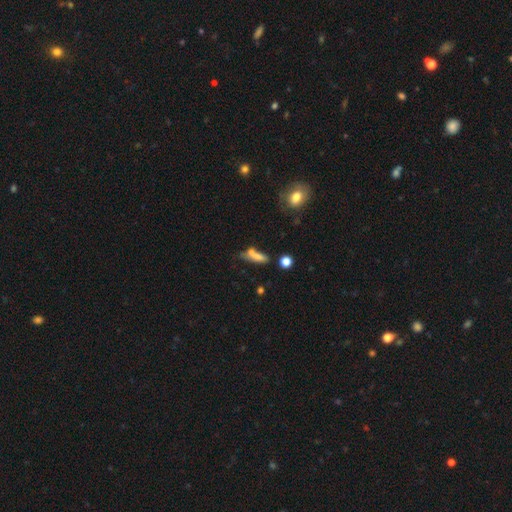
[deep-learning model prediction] Smooth or featured?
  - smooth: 69% *
  - featured or disk: 20%
  - star or artifact: 11%
How rounded?
  - cigar-shaped: 54% *
  - in between: 41%
  - round: 4%
Merging?
  - none: 37% *
  - merger: 28%
  - minor disturbance: 22%
  - major disturbance: 13%